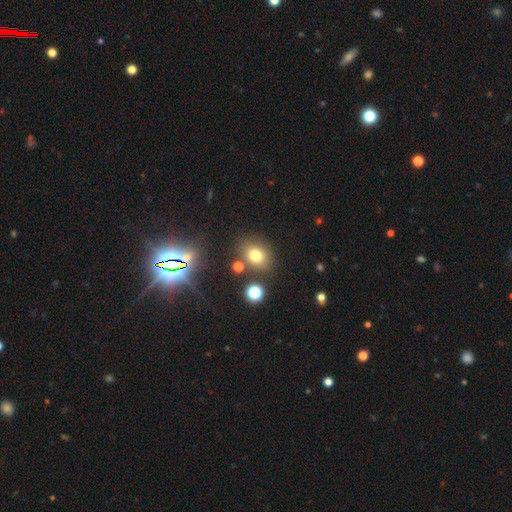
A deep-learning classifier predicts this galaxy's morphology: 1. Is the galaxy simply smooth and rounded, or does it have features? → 73% smooth, 17% star or artifact, 10% featured or disk.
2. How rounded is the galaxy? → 53% round, 45% in between, 1% cigar-shaped.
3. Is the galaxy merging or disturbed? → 76% none, 11% minor disturbance, 8% merger, 4% major disturbance.